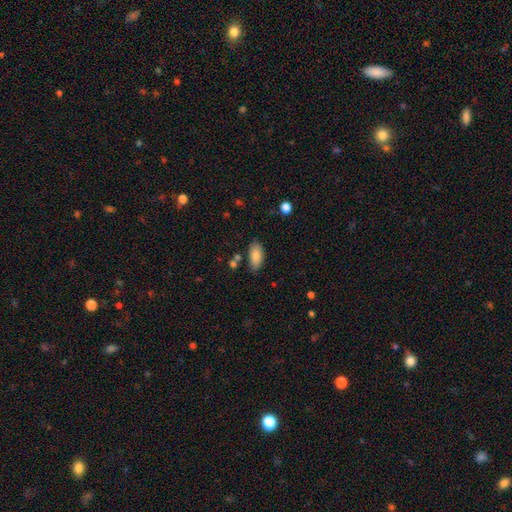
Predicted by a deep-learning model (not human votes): Q: Smooth or featured?
A: smooth (86%); runner-up: featured or disk (7%)
Q: How rounded?
A: in between (90%); runner-up: cigar-shaped (8%)
Q: Merging?
A: none (79%); runner-up: minor disturbance (14%)